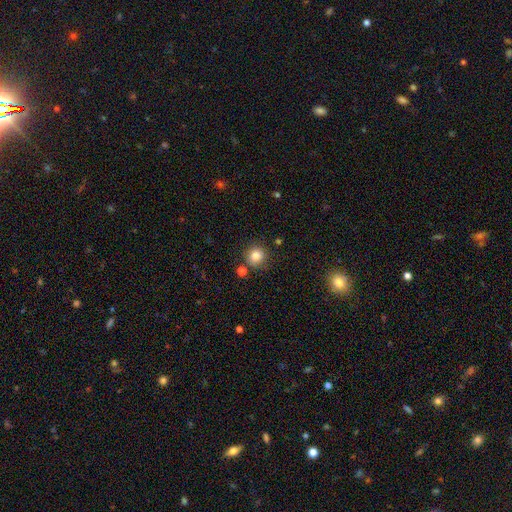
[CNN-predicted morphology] Q: Smooth or featured?
A: smooth (83%); runner-up: star or artifact (11%)
Q: How rounded?
A: round (91%); runner-up: in between (8%)
Q: Merging?
A: none (83%); runner-up: minor disturbance (9%)